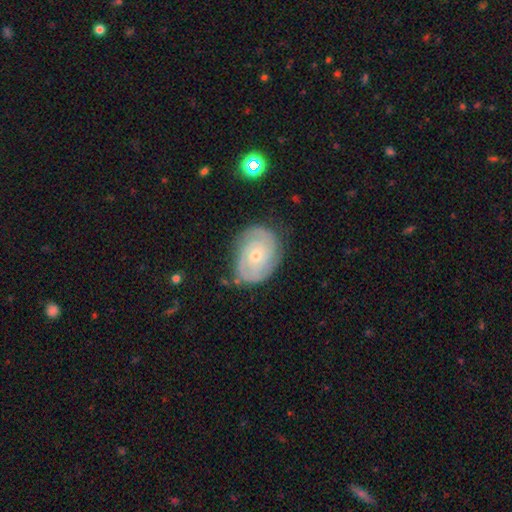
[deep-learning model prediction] Smooth or featured: featured or disk — 82% (smooth — 12%)
Edge-on disk: no — 97% (yes — 3%)
Bar: no — 76% (weak — 20%)
Spiral arms: yes — 95% (no — 5%)
Spiral winding: tight — 73% (medium — 22%)
Spiral arm count: 2 — 41% (can't tell — 25%)
Bulge size: small — 68% (moderate — 29%)
Merging: none — 78% (minor disturbance — 16%)